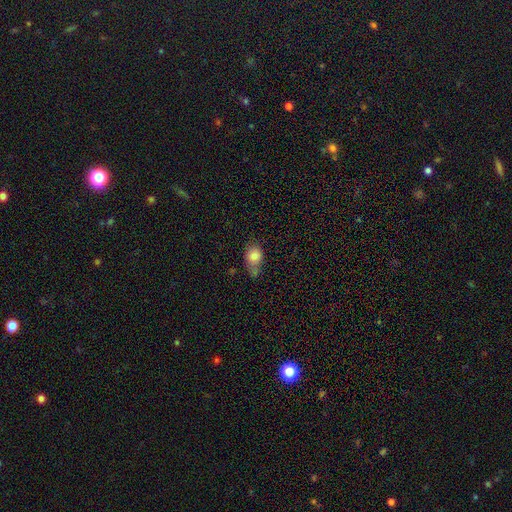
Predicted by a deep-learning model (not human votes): The model was most divided on "how rounded": in between: 51%, round: 48%, cigar-shaped: 2%. Remaining: smooth or featured — smooth (81%); merging — none (41%).